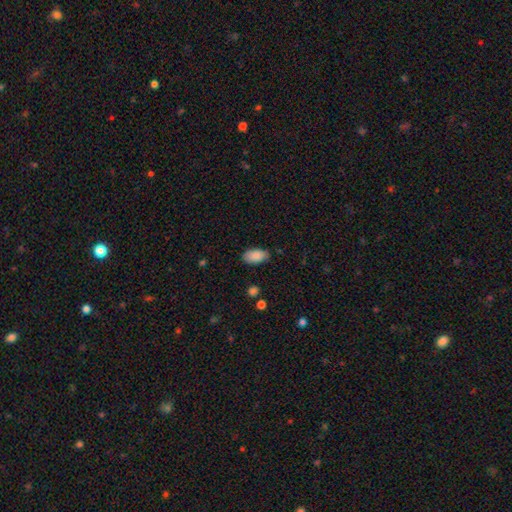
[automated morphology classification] A smooth galaxy with no disk features (89%) that is in between round and cigar-shaped (94%). Merging: none (84%).